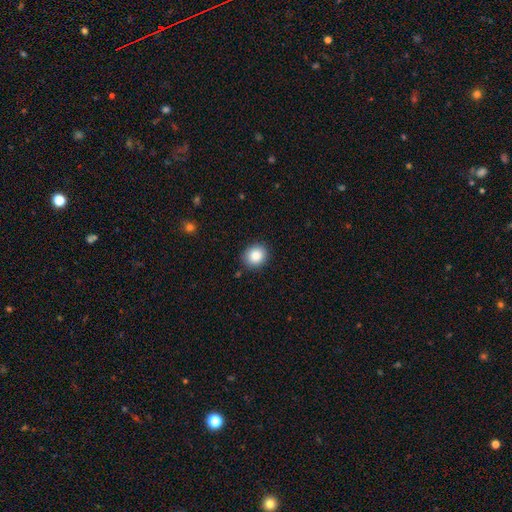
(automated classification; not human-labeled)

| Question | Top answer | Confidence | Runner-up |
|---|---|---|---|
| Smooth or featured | smooth | 86% | star or artifact (9%) |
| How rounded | round | 73% | in between (26%) |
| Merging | none | 88% | minor disturbance (9%) |